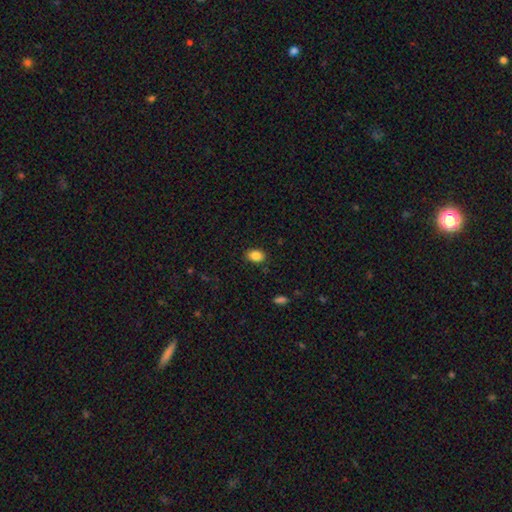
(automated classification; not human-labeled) Morphology: type=smooth (86%); roundness=in between (80%); merging=none (86%).